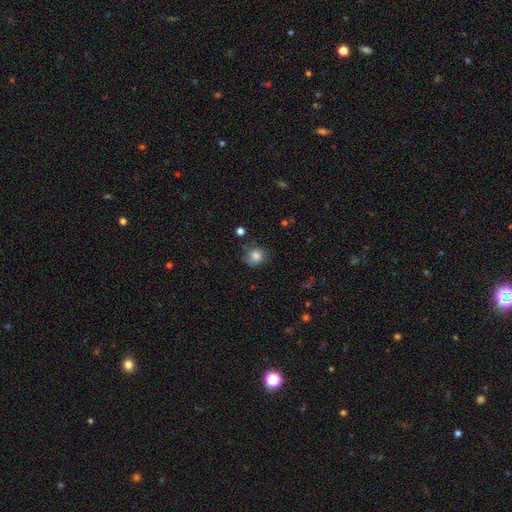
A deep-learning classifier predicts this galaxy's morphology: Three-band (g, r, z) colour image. It shows a smooth galaxy with no disk features (82%) that is round (76%). Merging: none (64%).